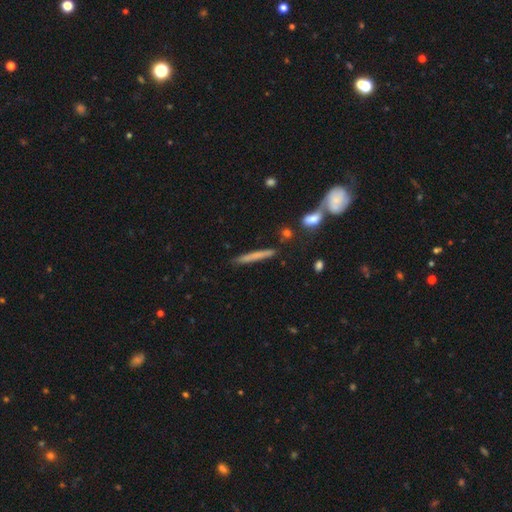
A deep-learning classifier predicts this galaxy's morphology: The model was most divided on "smooth or featured": smooth: 64%, featured or disk: 29%, star or artifact: 7%. More confident: how rounded — cigar-shaped (95%); merging — none (84%).